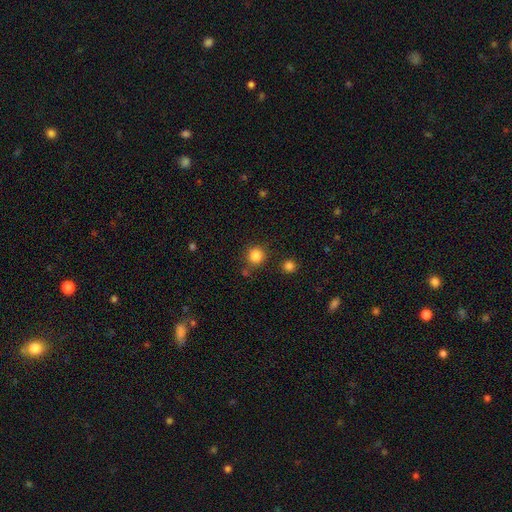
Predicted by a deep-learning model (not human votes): Q: Smooth or featured?
A: smooth (84%); runner-up: star or artifact (12%)
Q: How rounded?
A: round (93%); runner-up: in between (6%)
Q: Merging?
A: none (83%); runner-up: minor disturbance (8%)